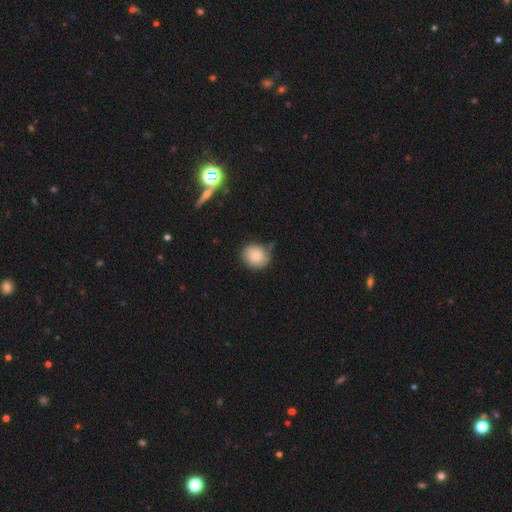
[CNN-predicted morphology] Overall: smooth (80%). How rounded: round (80%). Merging: none (58%; minor disturbance 29%).